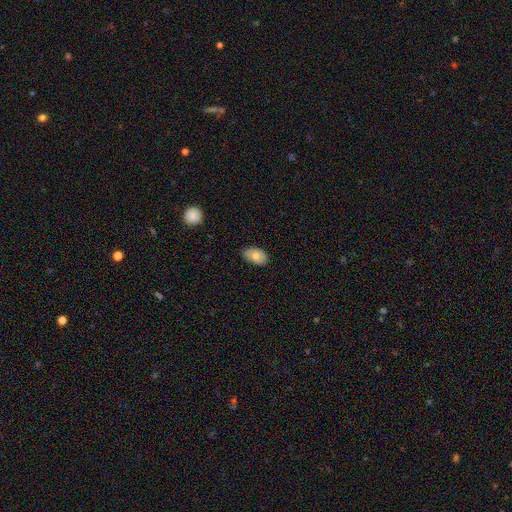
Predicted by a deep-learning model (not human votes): This appears to be a smooth galaxy with no disk features (71%) that is in between round and cigar-shaped (88%). Merging: none (74%).